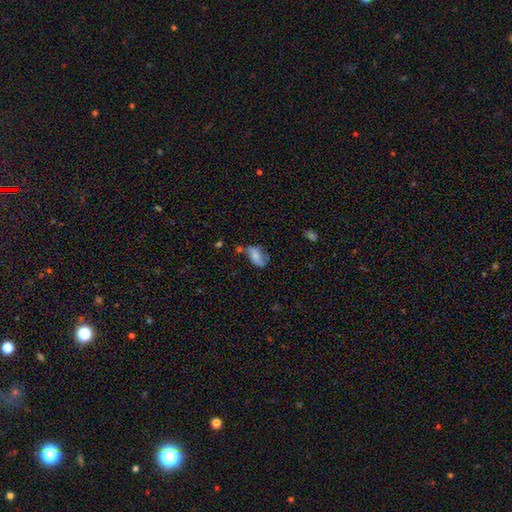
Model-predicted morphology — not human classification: smooth 48%, featured or disk 42%, star or artifact 9%. Down the decision tree: merging — none (45%).